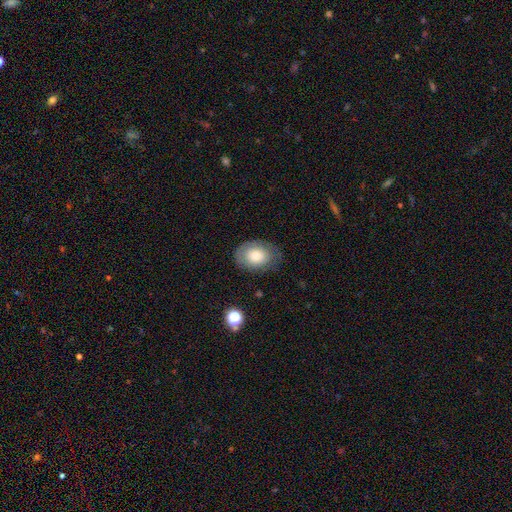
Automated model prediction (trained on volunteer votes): Smooth or featured? smooth (72%)
How rounded? in between (73%)
Merging? none (75%)